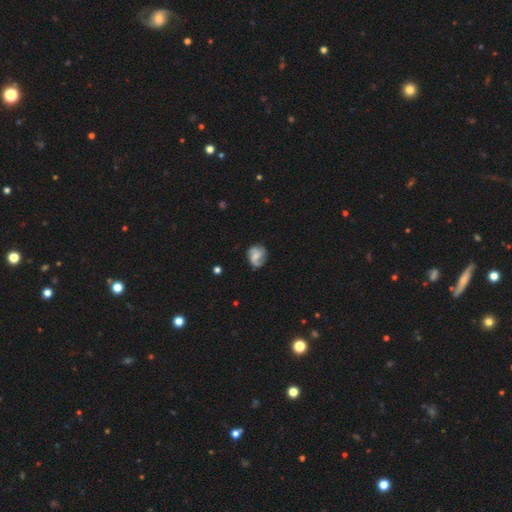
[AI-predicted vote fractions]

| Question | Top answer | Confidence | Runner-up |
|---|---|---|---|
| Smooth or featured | featured or disk | 67% | smooth (26%) |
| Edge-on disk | no | 98% | yes (2%) |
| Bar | no | 47% | weak (43%) |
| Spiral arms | yes | 93% | no (7%) |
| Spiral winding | medium | 46% | tight (27%) |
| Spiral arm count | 2 | 69% | can't tell (10%) |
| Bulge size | small | 37% | moderate (29%) |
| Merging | none | 69% | minor disturbance (20%) |